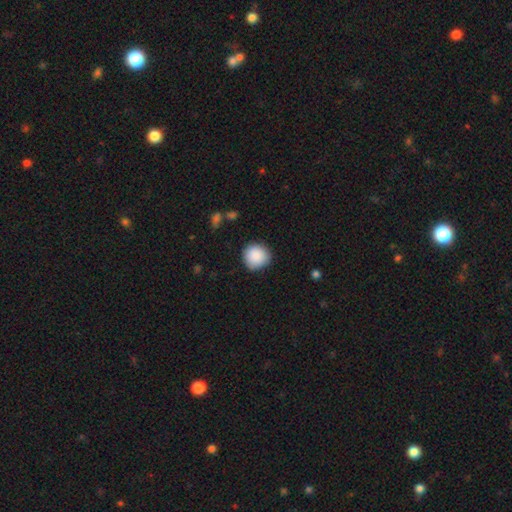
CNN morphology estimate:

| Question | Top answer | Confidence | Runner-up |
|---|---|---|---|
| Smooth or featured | smooth | 89% | star or artifact (8%) |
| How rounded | round | 92% | in between (7%) |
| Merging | none | 86% | minor disturbance (11%) |